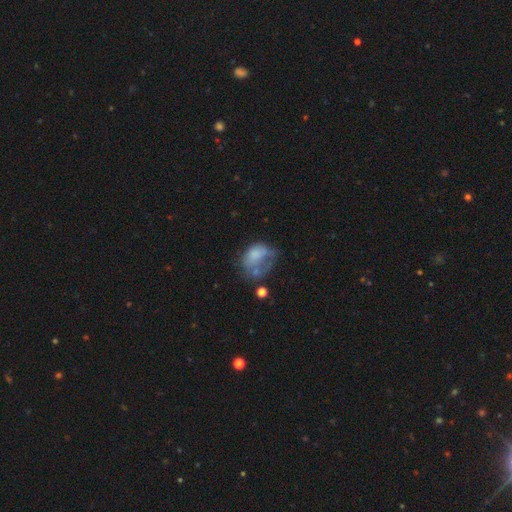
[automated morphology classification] Q: Smooth or featured?
A: smooth (57%); runner-up: featured or disk (32%)
Q: How rounded?
A: in between (71%); runner-up: round (28%)
Q: Merging?
A: major disturbance (41%); runner-up: minor disturbance (23%)